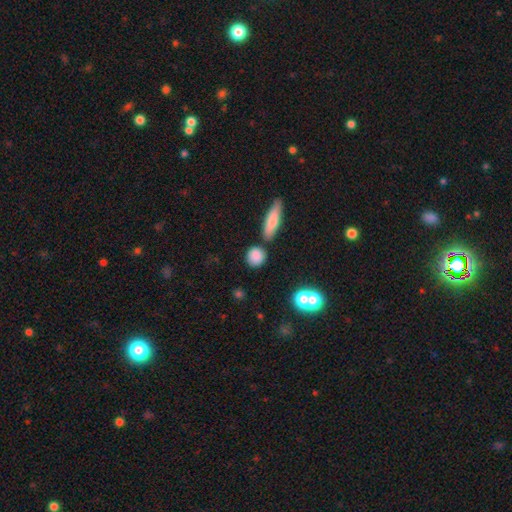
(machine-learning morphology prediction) smooth-or-featured: smooth: 84% | star or artifact: 9% | featured or disk: 7%
  how-rounded: round: 79% | in between: 17% | cigar-shaped: 5%
  merging: none: 77% | minor disturbance: 11% | merger: 9% | major disturbance: 3%